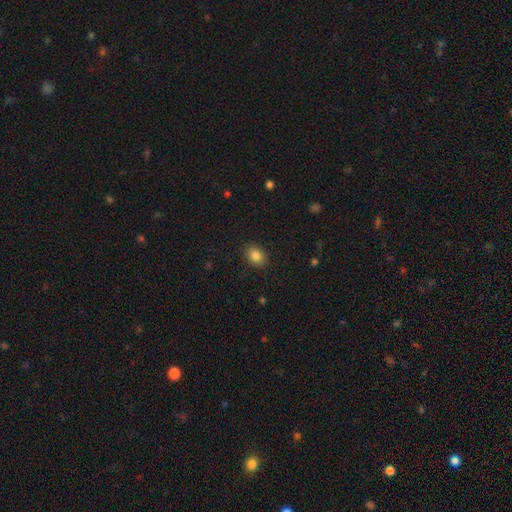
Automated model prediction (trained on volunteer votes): smooth-or-featured: smooth: 86% | star or artifact: 10% | featured or disk: 5%
  how-rounded: in between: 62% | round: 37% | cigar-shaped: 1%
  merging: none: 88% | minor disturbance: 8% | major disturbance: 2% | merger: 1%